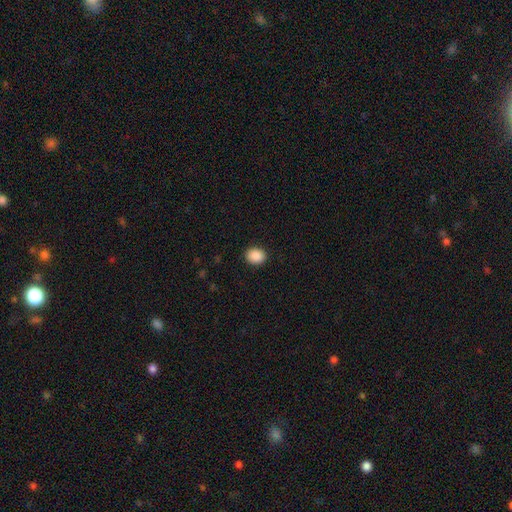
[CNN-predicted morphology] Smooth or featured? Predicted: smooth (p=0.89). How rounded? Predicted: round (p=0.51). Merging? Predicted: none (p=0.90).